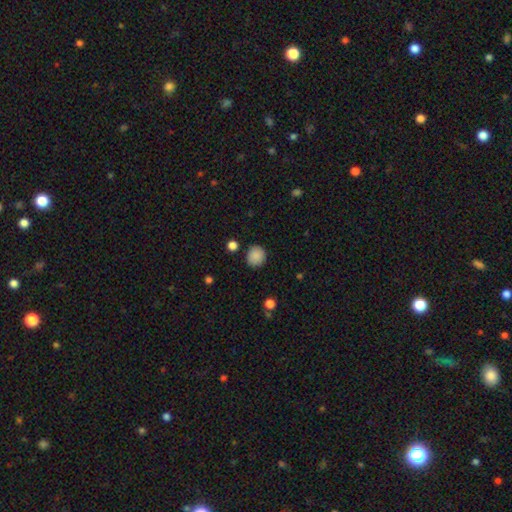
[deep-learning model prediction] A smooth galaxy with no disk features (88%) that is round (86%).

Vote fractions:
- Smooth or featured? smooth: 88% / star or artifact: 9% / featured or disk: 3%
- How rounded? round: 86% / in between: 13% / cigar-shaped: 1%
- Merging? none: 87% / minor disturbance: 9% / major disturbance: 3% / merger: 2%